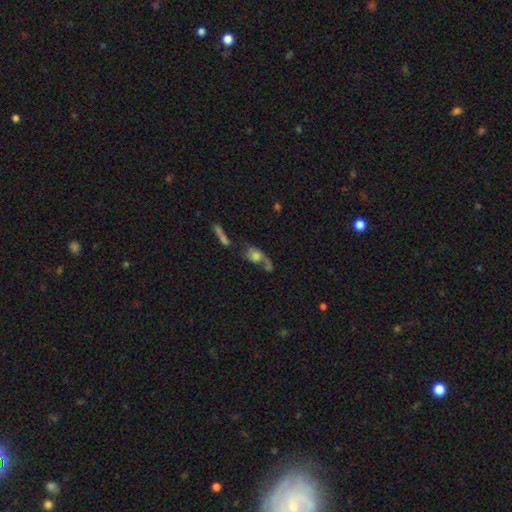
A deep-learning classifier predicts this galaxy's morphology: A smooth galaxy with no disk features (46%).

Vote fractions:
- Smooth or featured? smooth: 46% / featured or disk: 43% / star or artifact: 11%
- Merging? major disturbance: 32% / merger: 31% / none: 24% / minor disturbance: 14%